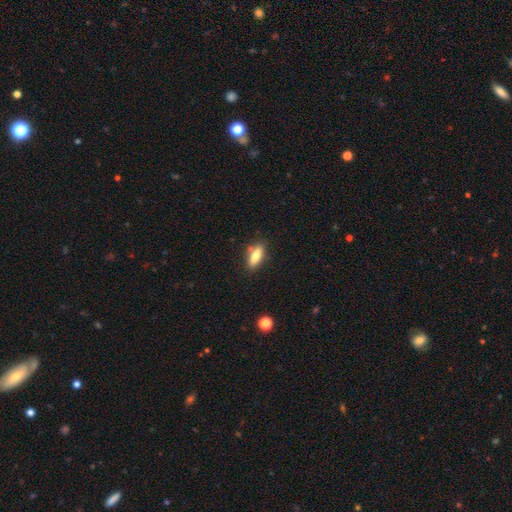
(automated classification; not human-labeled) smooth_or_featured: smooth (p=0.73) [alt: featured or disk p=0.20]
how_rounded: in between (p=0.57) [alt: cigar-shaped p=0.40]
merging: none (p=0.78) [alt: minor disturbance p=0.14]